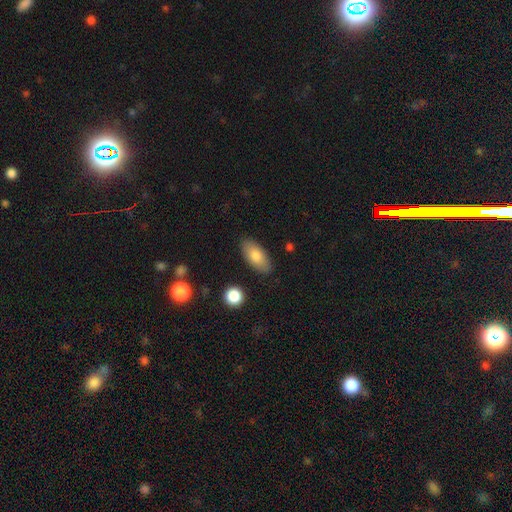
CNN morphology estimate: This appears to be a smooth galaxy with no disk features (79%) that is in between round and cigar-shaped (90%). Merging: none (85%).